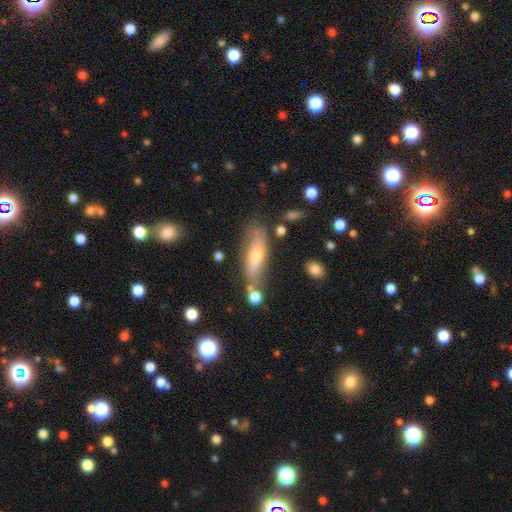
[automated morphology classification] smooth-or-featured: smooth: 55% | featured or disk: 37% | star or artifact: 8%
  how-rounded: cigar-shaped: 50% | in between: 47% | round: 3%
  merging: none: 64% | minor disturbance: 21% | merger: 8% | major disturbance: 7%